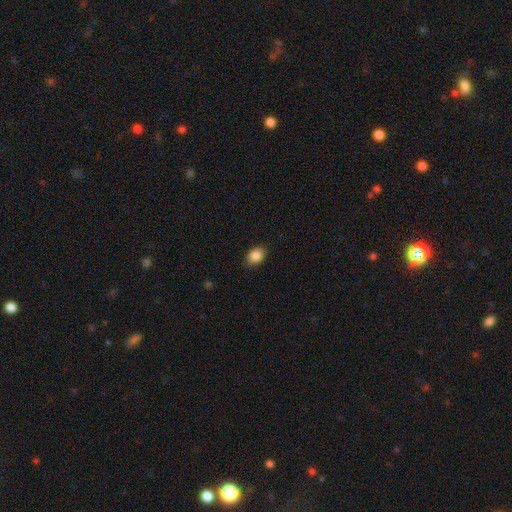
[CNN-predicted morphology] The model was most divided on "how rounded": in between: 78%, round: 21%, cigar-shaped: 1%. More confident: smooth or featured — smooth (87%); merging — none (86%).